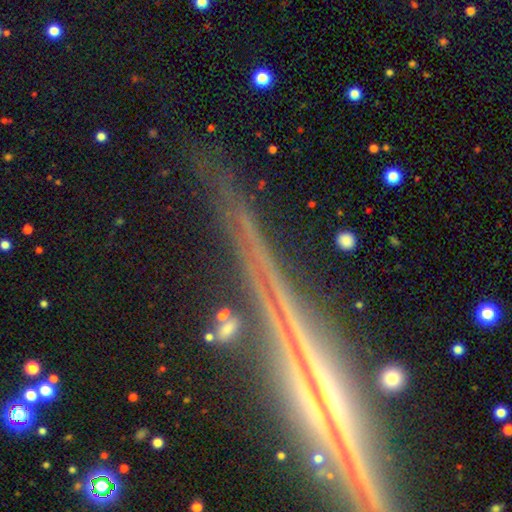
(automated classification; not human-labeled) smooth-or-featured: star or artifact: 54% | featured or disk: 34% | smooth: 12%